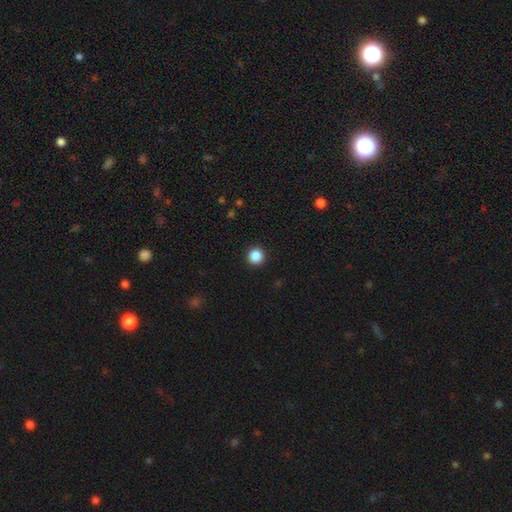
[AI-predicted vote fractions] A smooth galaxy with no disk features (87%) that is round (95%).

Vote fractions:
- Smooth or featured? smooth: 87% / star or artifact: 10% / featured or disk: 3%
- How rounded? round: 95% / in between: 4% / cigar-shaped: 1%
- Merging? none: 93% / minor disturbance: 4% / major disturbance: 2% / merger: 1%